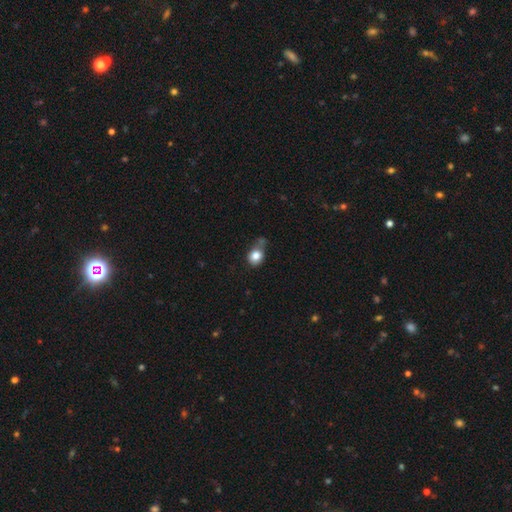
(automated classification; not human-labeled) Smooth or featured?
  - smooth: 81% *
  - star or artifact: 10%
  - featured or disk: 9%
How rounded?
  - round: 61% *
  - in between: 38%
  - cigar-shaped: 1%
Merging?
  - none: 44% *
  - minor disturbance: 29%
  - merger: 15%
  - major disturbance: 12%